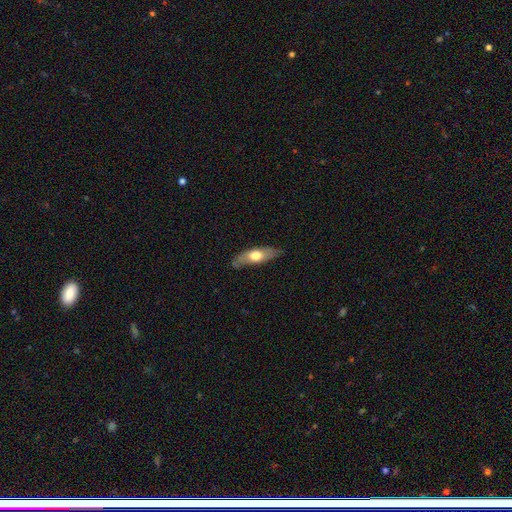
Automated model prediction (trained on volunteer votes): Smooth or featured? smooth (53%)
How rounded? in between (53%)
Merging? none (72%)